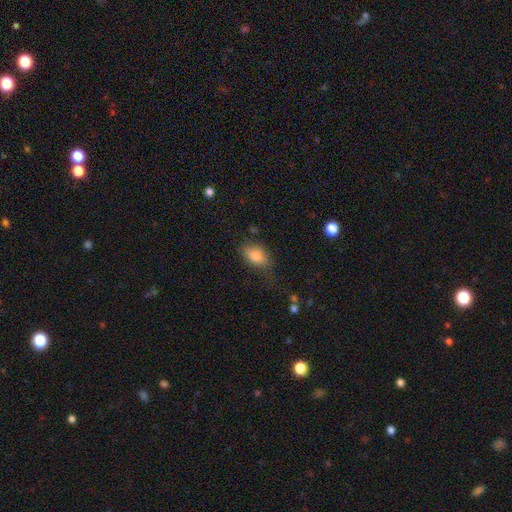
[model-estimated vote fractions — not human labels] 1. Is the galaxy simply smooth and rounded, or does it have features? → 82% smooth, 9% featured or disk, 8% star or artifact.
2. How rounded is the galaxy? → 88% in between, 9% round, 3% cigar-shaped.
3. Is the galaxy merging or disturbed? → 63% none, 25% minor disturbance, 9% major disturbance, 2% merger.